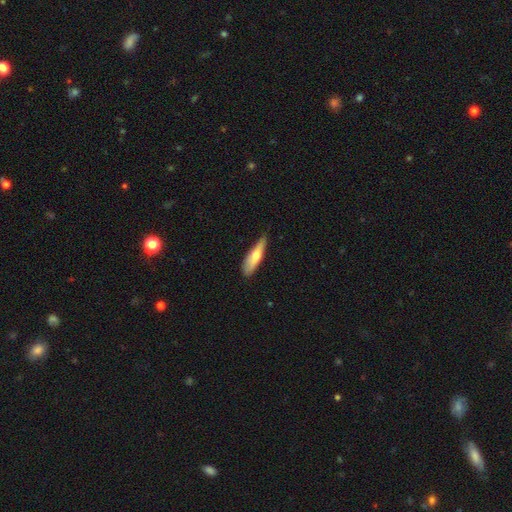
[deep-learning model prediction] Smooth or featured?
  - smooth: 62% *
  - featured or disk: 32%
  - star or artifact: 6%
How rounded?
  - cigar-shaped: 69% *
  - in between: 30%
  - round: 2%
Merging?
  - none: 69% *
  - minor disturbance: 25%
  - major disturbance: 4%
  - merger: 2%